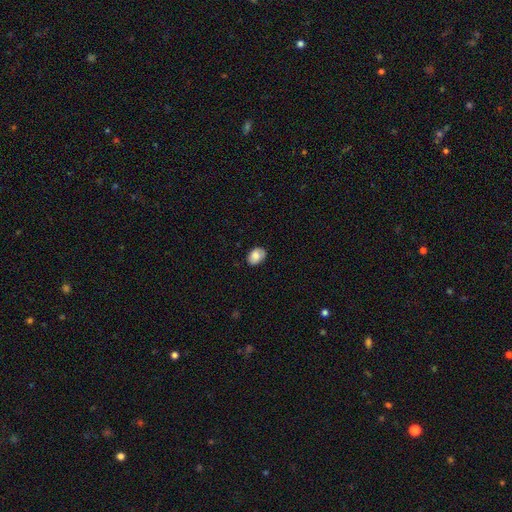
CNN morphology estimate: smooth-or-featured: smooth: 80% | featured or disk: 12% | star or artifact: 8%
  how-rounded: in between: 77% | round: 22% | cigar-shaped: 1%
  merging: none: 81% | minor disturbance: 15% | major disturbance: 3% | merger: 1%